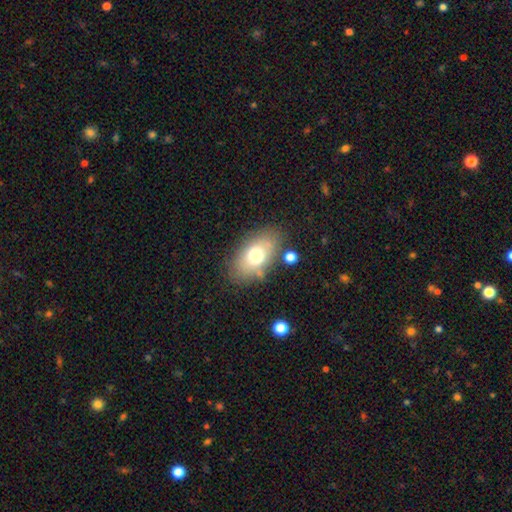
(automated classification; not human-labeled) smooth 70%, featured or disk 21%, star or artifact 9%. Down the decision tree: how rounded — in between (88%); merging — none (75%).